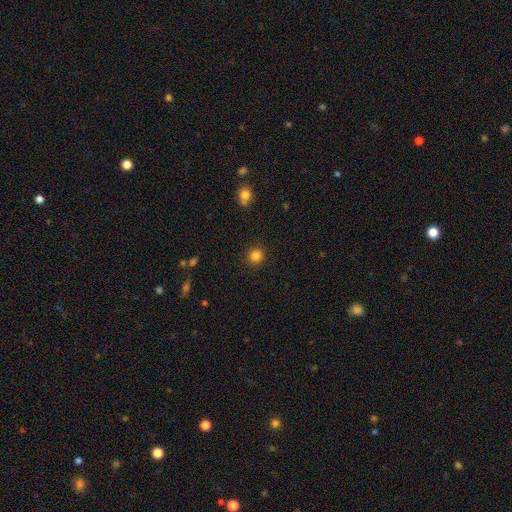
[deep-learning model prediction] Overall: smooth (84%). How rounded: round (90%). Merging: none (91%).